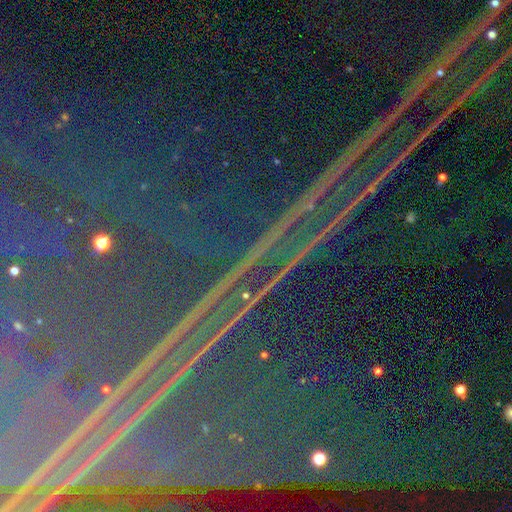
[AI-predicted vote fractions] Smooth or featured? star or artifact (91%)